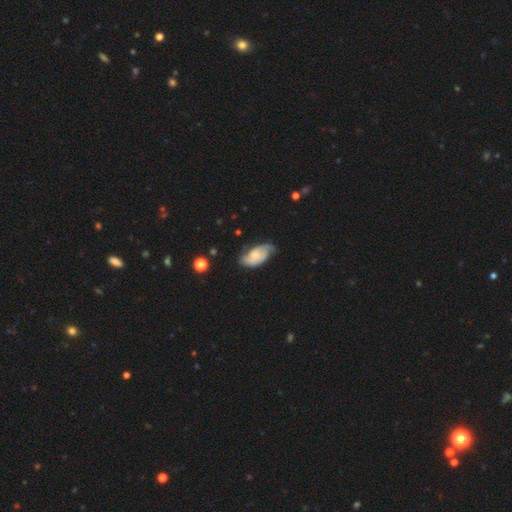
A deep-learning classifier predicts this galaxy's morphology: smooth-or-featured: featured or disk: 70% | smooth: 24% | star or artifact: 6%
  disk-edge-on: no: 95% | yes: 5%
    bar: no: 66% | weak: 30% | strong: 5%
    has-spiral-arms: yes: 92% | no: 8%
      spiral-winding: tight: 44% | medium: 40% | loose: 16%
      spiral-arm-count: 2: 70% | can't tell: 16% | 3: 5% | 1: 5% | 4: 2% | more than 4: 1%
    bulge-size: small: 42% | moderate: 41% | none: 10% | large: 6% | dominant: 1%
  merging: none: 62% | minor disturbance: 27% | major disturbance: 10% | merger: 2%